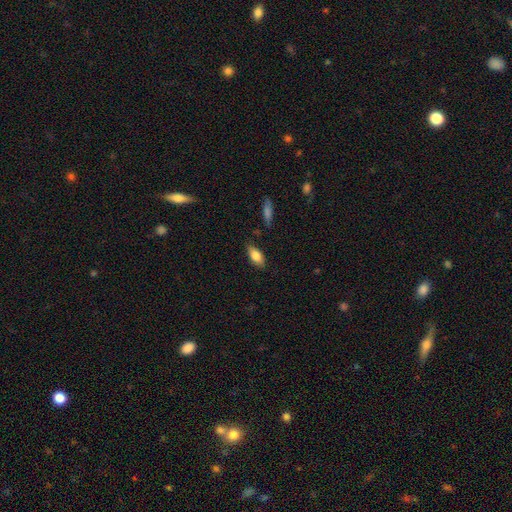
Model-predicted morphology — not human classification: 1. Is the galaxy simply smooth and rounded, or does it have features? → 82% smooth, 11% featured or disk, 7% star or artifact.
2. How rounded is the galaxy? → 86% in between, 11% cigar-shaped, 3% round.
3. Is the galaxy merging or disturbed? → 82% none, 13% minor disturbance, 3% major disturbance, 2% merger.